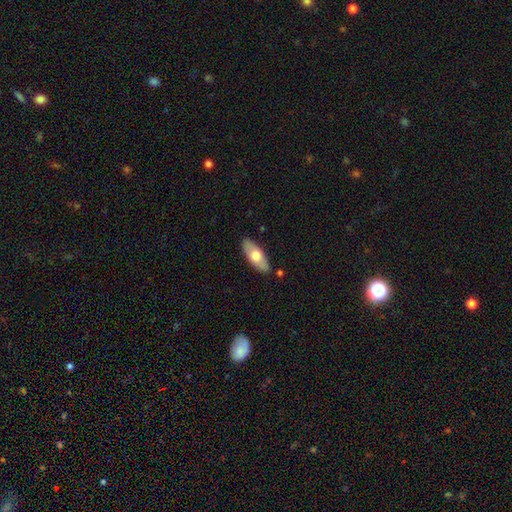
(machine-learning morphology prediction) Smooth or featured: smooth — 63% (featured or disk — 31%)
How rounded: in between — 80% (cigar-shaped — 18%)
Merging: none — 86% (minor disturbance — 10%)